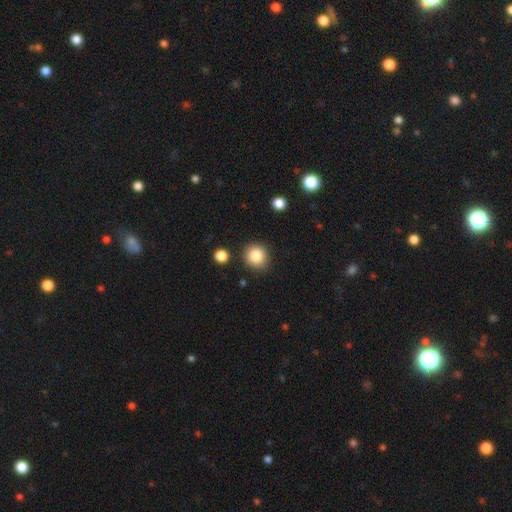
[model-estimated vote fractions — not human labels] smooth-or-featured: smooth: 84% | star or artifact: 10% | featured or disk: 6%
  how-rounded: round: 89% | in between: 10% | cigar-shaped: 1%
  merging: none: 87% | minor disturbance: 8% | merger: 3% | major disturbance: 2%